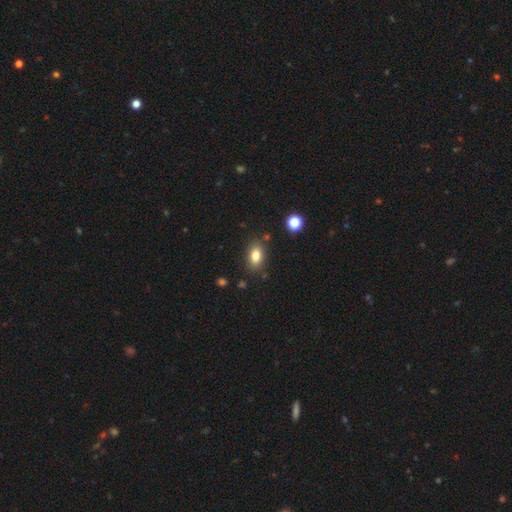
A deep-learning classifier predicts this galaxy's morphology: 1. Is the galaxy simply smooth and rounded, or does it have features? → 81% smooth, 10% star or artifact, 9% featured or disk.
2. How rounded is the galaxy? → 85% in between, 12% round, 3% cigar-shaped.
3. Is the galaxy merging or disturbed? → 81% none, 12% minor disturbance, 4% merger, 3% major disturbance.